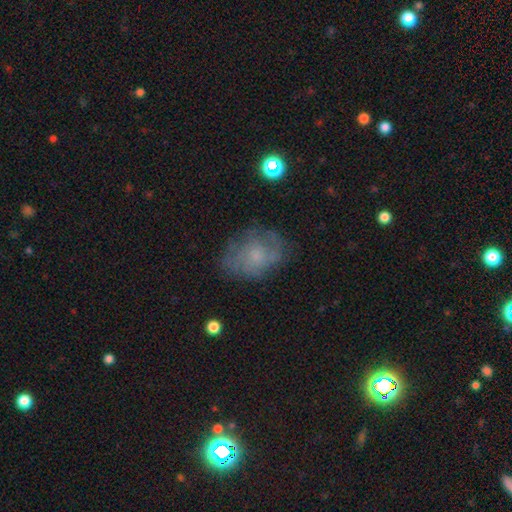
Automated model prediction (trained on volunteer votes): A featured or disk galaxy (47%). Merging: none (64%).